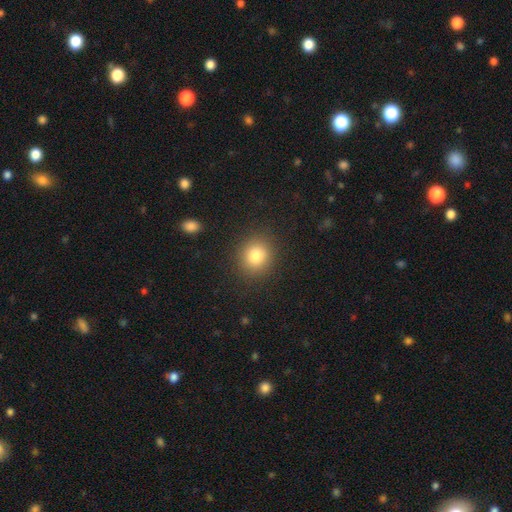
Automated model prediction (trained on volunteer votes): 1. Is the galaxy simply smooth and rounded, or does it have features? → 82% smooth, 11% star or artifact, 7% featured or disk.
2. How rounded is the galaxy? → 78% round, 21% in between, 1% cigar-shaped.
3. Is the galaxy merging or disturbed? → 88% none, 8% minor disturbance, 3% major disturbance, 1% merger.